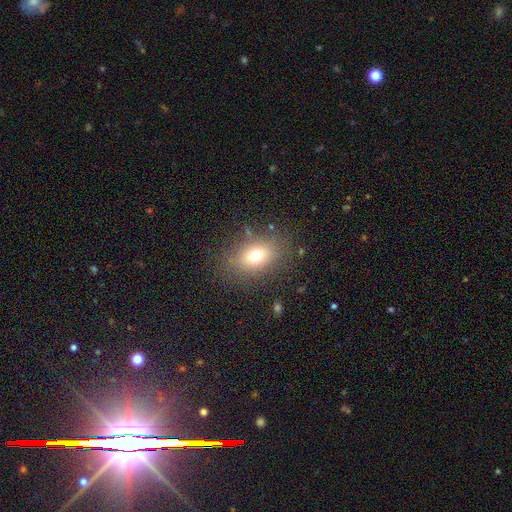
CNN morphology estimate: This appears to be a smooth galaxy with no disk features (71%) that is in between round and cigar-shaped (72%). Merging: none (80%).